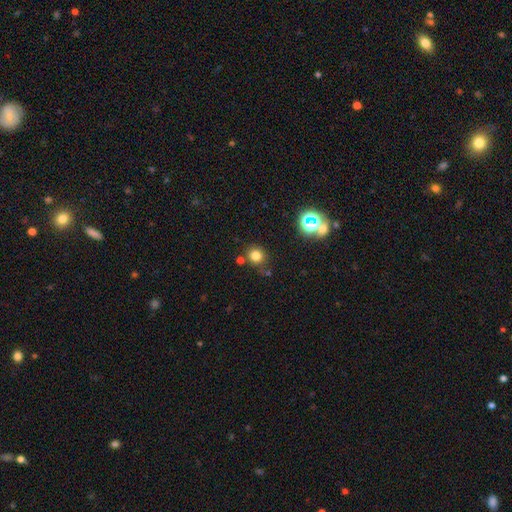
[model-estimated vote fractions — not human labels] This is likely a smooth galaxy (77%). How rounded: clearly round (89%). Merging: likely none (78%).